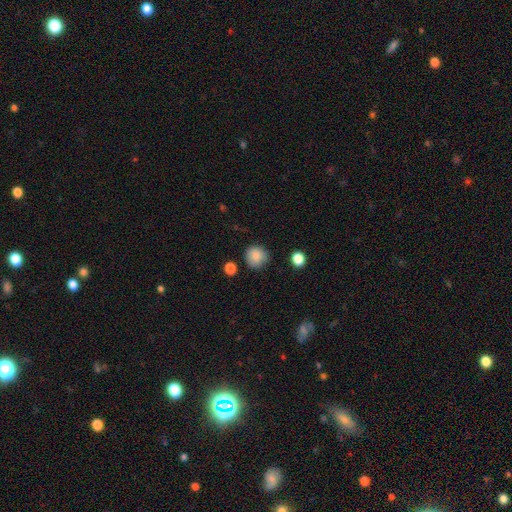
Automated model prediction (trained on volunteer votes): A smooth galaxy with no disk features (85%) that is round (92%).

Vote fractions:
- Smooth or featured? smooth: 85% / star or artifact: 10% / featured or disk: 5%
- How rounded? round: 92% / in between: 7% / cigar-shaped: 1%
- Merging? none: 81% / minor disturbance: 14% / major disturbance: 3% / merger: 2%